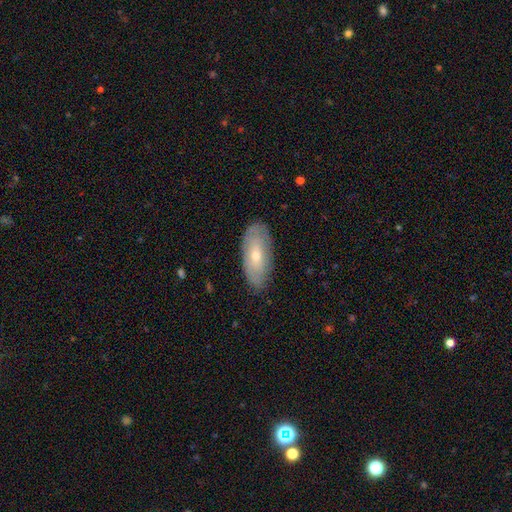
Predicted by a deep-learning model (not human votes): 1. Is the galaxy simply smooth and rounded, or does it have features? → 50% smooth, 43% featured or disk, 7% star or artifact.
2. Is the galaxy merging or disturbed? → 82% none, 13% minor disturbance, 3% major disturbance, 1% merger.